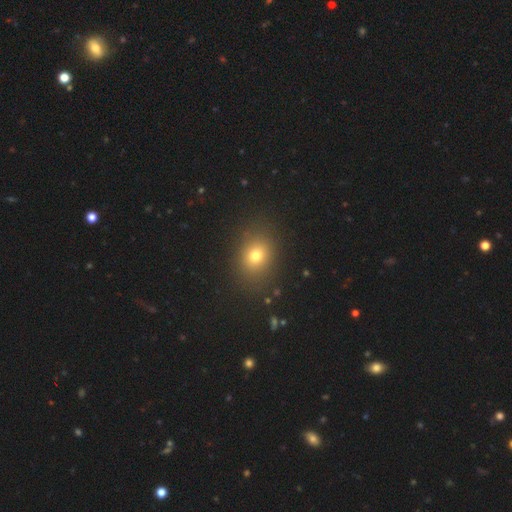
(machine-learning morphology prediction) Overall: smooth (73%). How rounded: round (54%; in between 45%). Merging: none (86%).